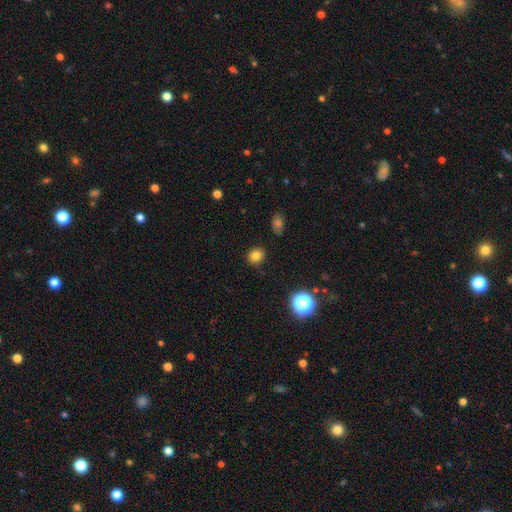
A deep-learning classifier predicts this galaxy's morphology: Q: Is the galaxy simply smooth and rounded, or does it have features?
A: smooth — 81%.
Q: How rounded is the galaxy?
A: round — 78%.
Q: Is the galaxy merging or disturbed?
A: none — 88%.